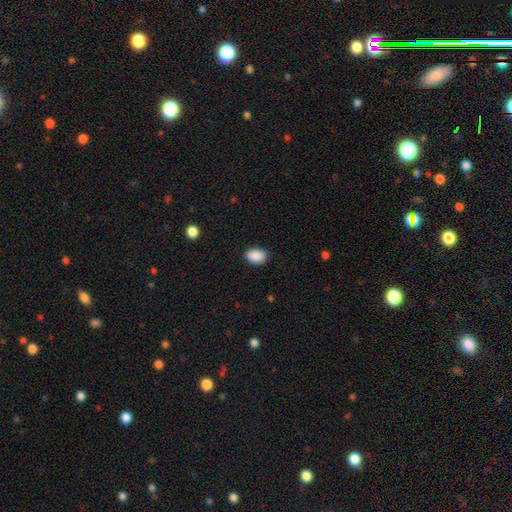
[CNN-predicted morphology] The model was most divided on "how rounded": in between: 83%, round: 16%, cigar-shaped: 1%. More confident: smooth or featured — smooth (90%); merging — none (85%).